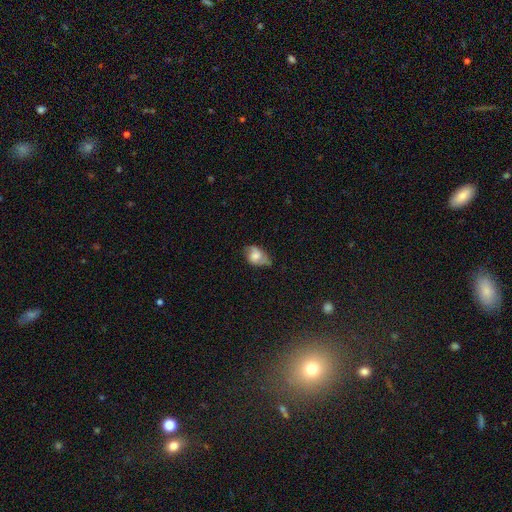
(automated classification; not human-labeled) Morphology: type=smooth (55%); roundness=in between (78%); merging=none (45%).